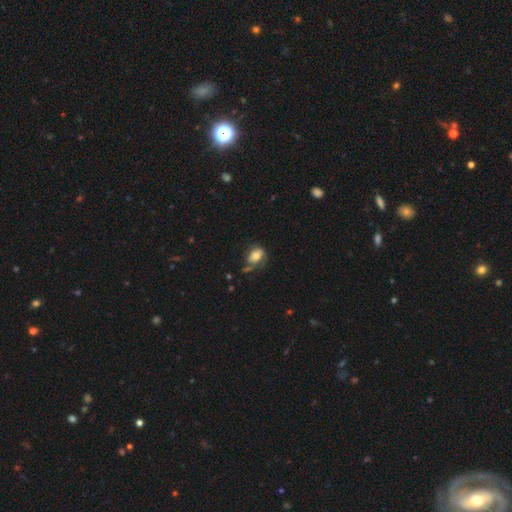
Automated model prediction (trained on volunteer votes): Q: Smooth or featured?
A: smooth (65%); runner-up: featured or disk (26%)
Q: How rounded?
A: in between (77%); runner-up: round (22%)
Q: Merging?
A: none (42%); runner-up: minor disturbance (28%)